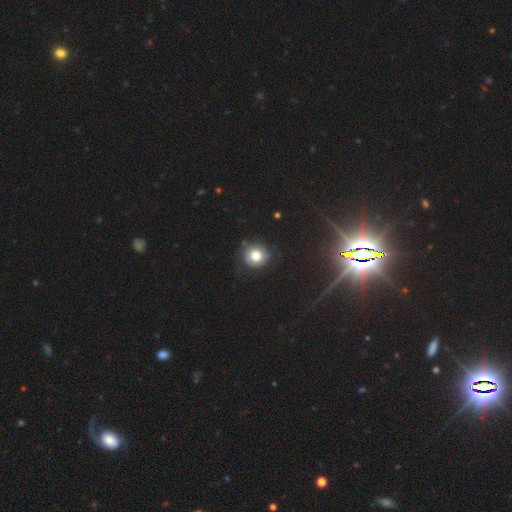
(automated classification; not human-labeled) smooth-or-featured: smooth: 66% | featured or disk: 21% | star or artifact: 12%
  how-rounded: round: 89% | in between: 10% | cigar-shaped: 1%
  merging: none: 70% | minor disturbance: 19% | major disturbance: 10% | merger: 2%